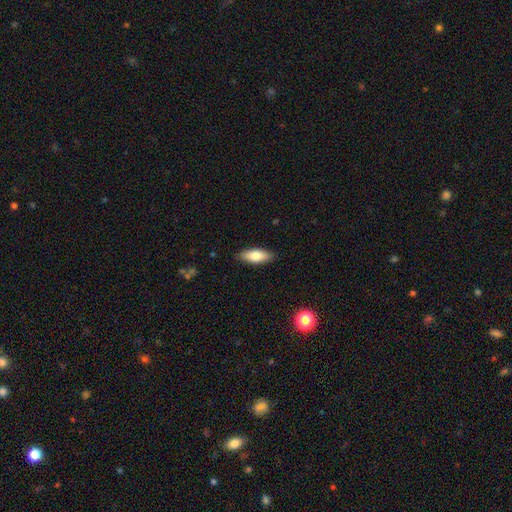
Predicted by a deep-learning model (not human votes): Smooth or featured: smooth — 78% (featured or disk — 16%)
How rounded: in between — 75% (cigar-shaped — 23%)
Merging: none — 88% (minor disturbance — 9%)